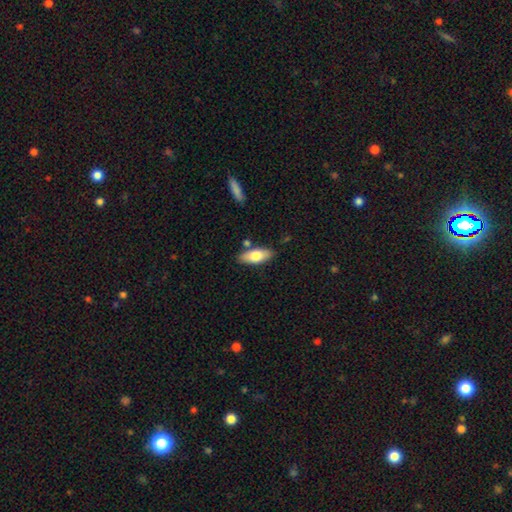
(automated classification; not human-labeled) This is likely a smooth galaxy (72%). How rounded: clearly in between (81%). Merging: likely none (80%).